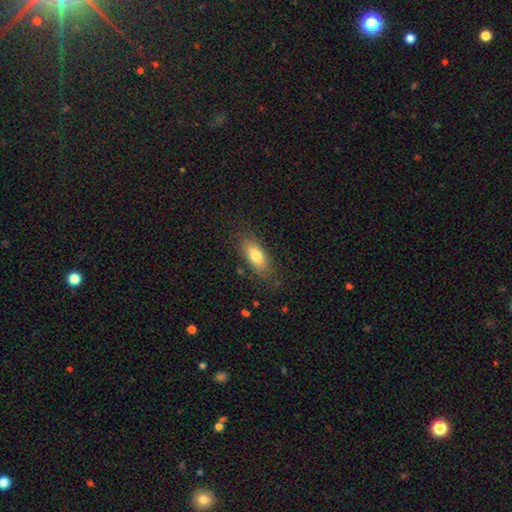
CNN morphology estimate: This appears to be a smooth galaxy with no disk features (77%) that is in between round and cigar-shaped (83%). Merging: none (78%).